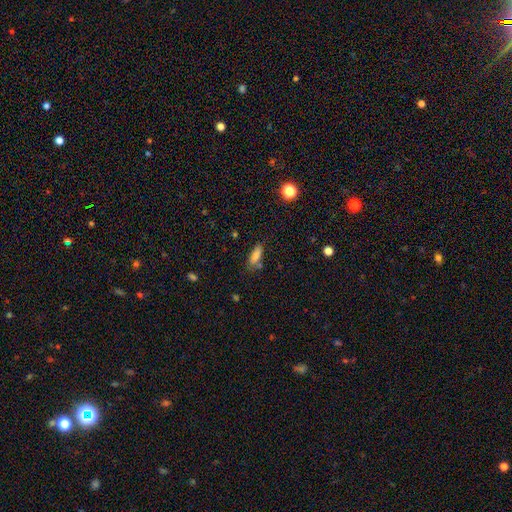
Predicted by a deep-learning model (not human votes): Morphology: type=smooth (81%); roundness=in between (69%); merging=none (67%).